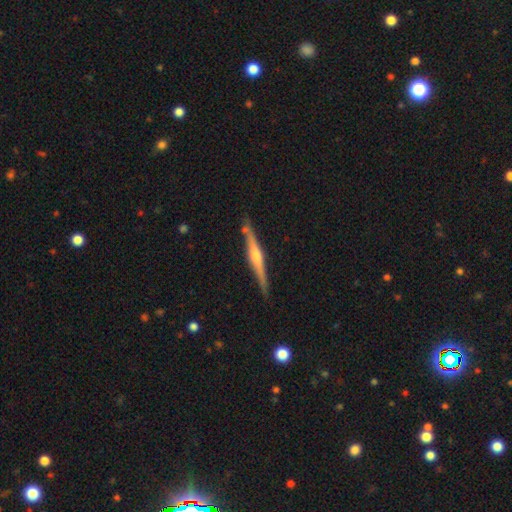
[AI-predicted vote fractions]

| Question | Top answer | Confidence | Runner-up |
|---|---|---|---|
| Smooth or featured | featured or disk | 78% | smooth (17%) |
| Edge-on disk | yes | 98% | no (2%) |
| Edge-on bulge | rounded | 81% | boxy (11%) |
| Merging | none | 87% | minor disturbance (9%) |